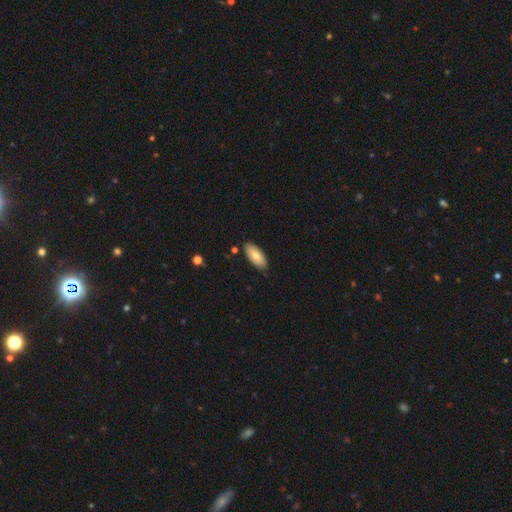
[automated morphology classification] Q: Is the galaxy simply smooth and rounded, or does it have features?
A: smooth — 74%.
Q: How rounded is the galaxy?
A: in between — 90%.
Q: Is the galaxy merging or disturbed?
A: none — 83%.